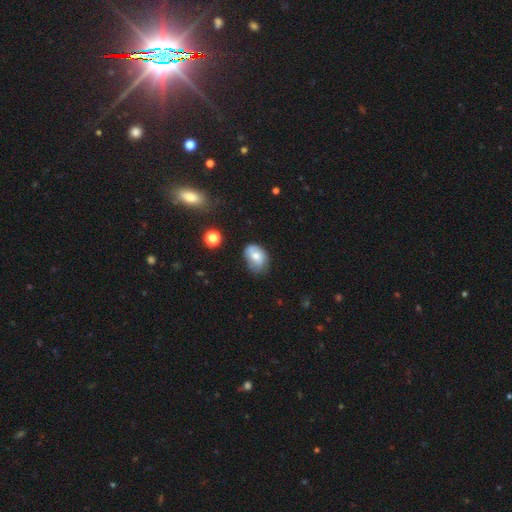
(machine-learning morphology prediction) Smooth or featured: smooth — 62% (featured or disk — 29%)
How rounded: in between — 78% (round — 21%)
Merging: none — 50% (minor disturbance — 36%)